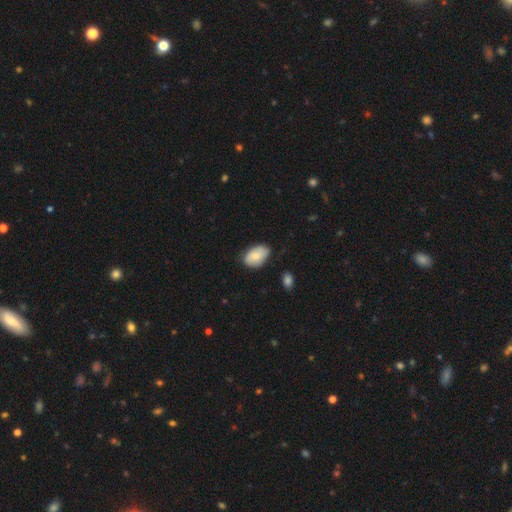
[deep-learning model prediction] This appears to be a smooth galaxy with no disk features (76%) that is in between round and cigar-shaped (90%). Merging: none (71%).